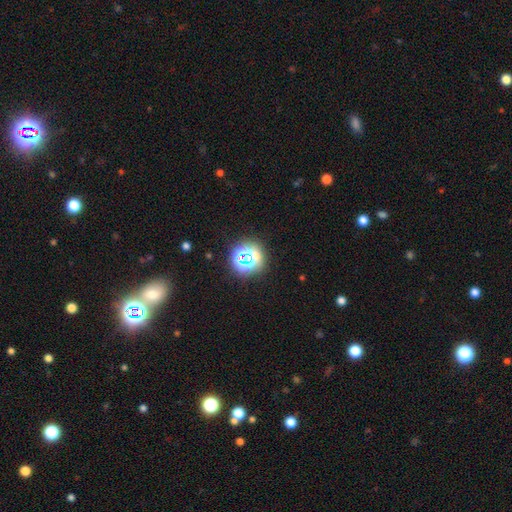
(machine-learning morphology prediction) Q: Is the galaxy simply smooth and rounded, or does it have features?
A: star or artifact — 61%.